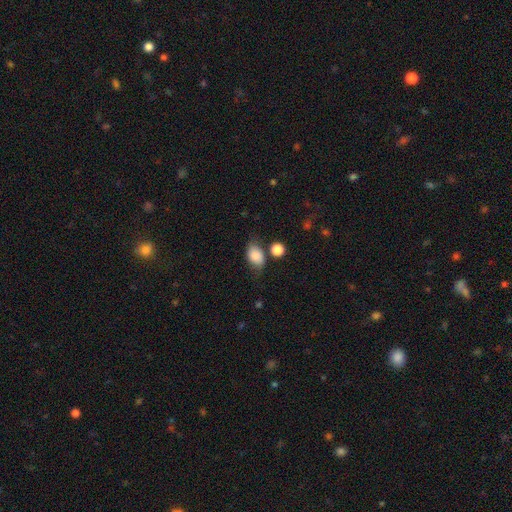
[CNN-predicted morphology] smooth-or-featured: smooth: 81% | featured or disk: 11% | star or artifact: 8%
  how-rounded: in between: 82% | round: 17% | cigar-shaped: 2%
  merging: none: 59% | minor disturbance: 24% | merger: 9% | major disturbance: 8%